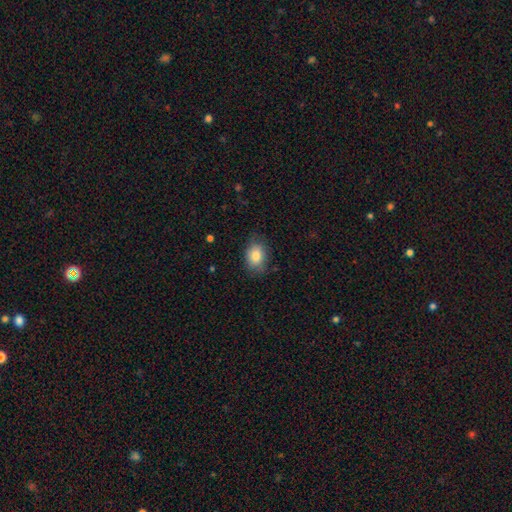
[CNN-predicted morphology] smooth_or_featured: smooth (p=0.83) [alt: featured or disk p=0.09]
how_rounded: in between (p=0.76) [alt: round p=0.23]
merging: none (p=0.76) [alt: minor disturbance p=0.19]